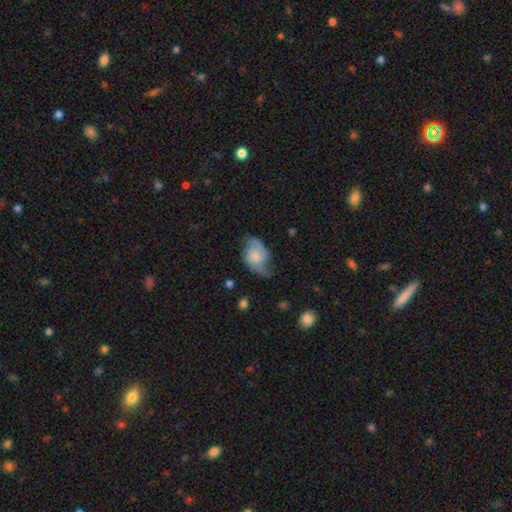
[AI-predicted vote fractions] smooth-or-featured: featured or disk: 68% | smooth: 25% | star or artifact: 7%
  disk-edge-on: no: 96% | yes: 4%
    bar: no: 69% | weak: 27% | strong: 5%
    has-spiral-arms: yes: 91% | no: 9%
      spiral-winding: loose: 50% | medium: 37% | tight: 13%
      spiral-arm-count: 2: 85% | can't tell: 6% | 1: 4% | 3: 2% | 4: 1% | more than 4: 1%
    bulge-size: small: 42% | moderate: 34% | none: 13% | large: 8% | dominant: 2%
  merging: none: 55% | minor disturbance: 28% | major disturbance: 15% | merger: 2%